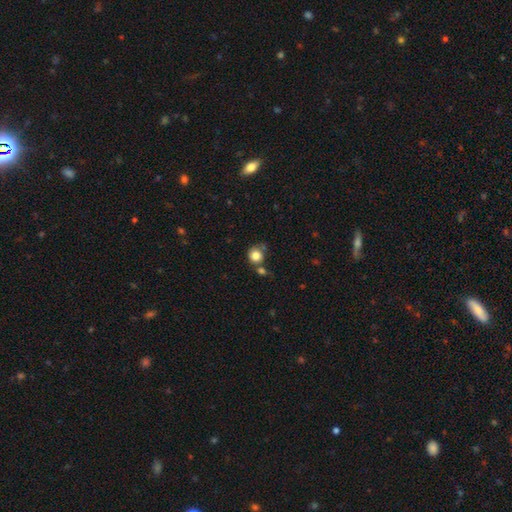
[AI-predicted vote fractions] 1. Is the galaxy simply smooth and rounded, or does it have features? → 83% smooth, 10% star or artifact, 7% featured or disk.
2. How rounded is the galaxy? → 87% round, 12% in between, 1% cigar-shaped.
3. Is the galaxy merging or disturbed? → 56% none, 19% merger, 18% minor disturbance, 7% major disturbance.